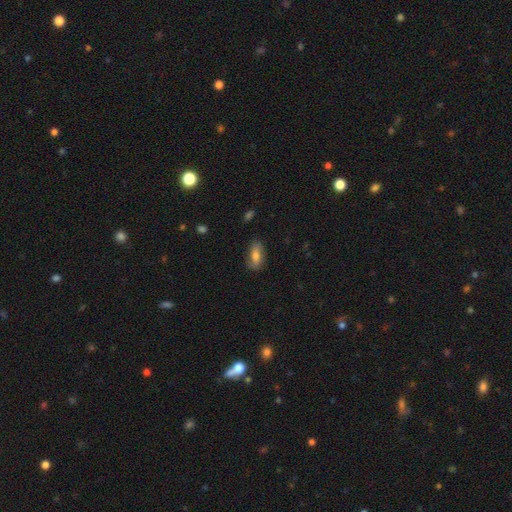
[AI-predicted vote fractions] A smooth galaxy with no disk features (65%) that is in between round and cigar-shaped (79%).

Vote fractions:
- Smooth or featured? smooth: 65% / featured or disk: 27% / star or artifact: 8%
- How rounded? in between: 79% / cigar-shaped: 17% / round: 4%
- Merging? none: 75% / minor disturbance: 19% / major disturbance: 5% / merger: 1%